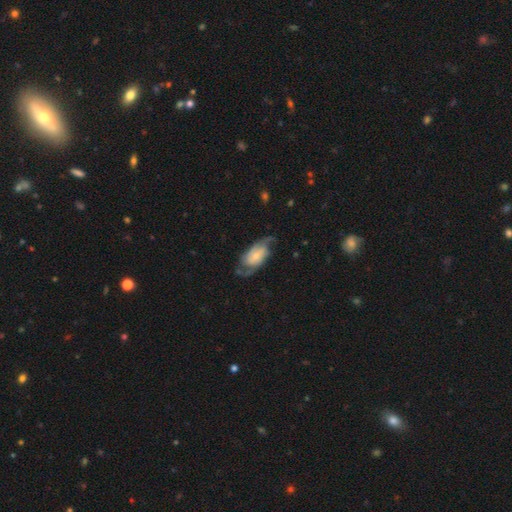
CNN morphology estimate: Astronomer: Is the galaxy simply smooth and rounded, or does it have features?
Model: featured or disk — 76%.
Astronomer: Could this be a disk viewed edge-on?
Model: no — 95%.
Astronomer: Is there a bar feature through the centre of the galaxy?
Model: no — 56% (runner-up: weak, 32%).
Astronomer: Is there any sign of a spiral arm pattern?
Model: yes — 93%.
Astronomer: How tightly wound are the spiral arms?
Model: medium — 44% (runner-up: loose, 34%).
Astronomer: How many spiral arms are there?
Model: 2 — 85%.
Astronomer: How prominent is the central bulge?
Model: small — 62%.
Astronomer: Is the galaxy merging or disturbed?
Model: none — 65%.